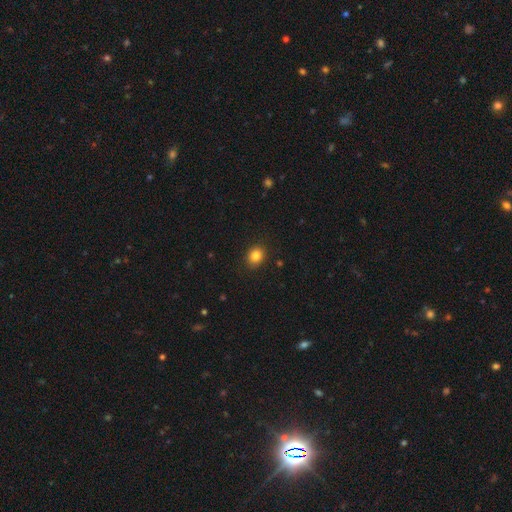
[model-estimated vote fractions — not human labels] Smooth or featured? smooth (84%)
How rounded? round (62%)
Merging? none (89%)